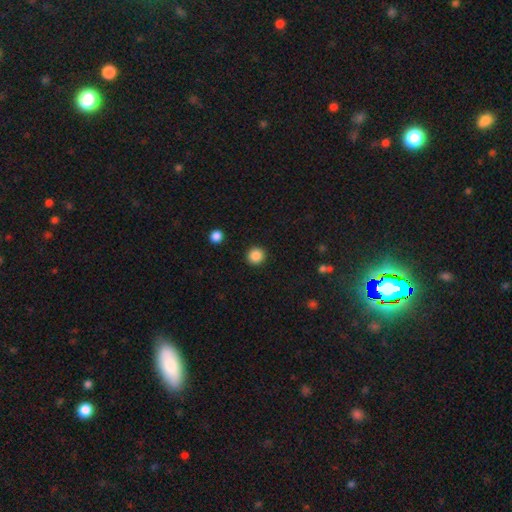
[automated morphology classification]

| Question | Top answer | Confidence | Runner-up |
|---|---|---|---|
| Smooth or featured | smooth | 87% | star or artifact (10%) |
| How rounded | round | 93% | in between (6%) |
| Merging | none | 92% | minor disturbance (5%) |